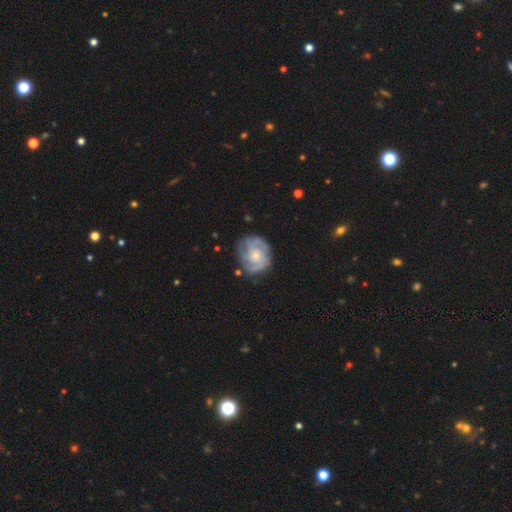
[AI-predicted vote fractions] Overall: featured or disk (77%). Edge-on disk: no (98%). Bar: no (76%). Spiral arms: yes (91%). Spiral arm count: can't tell (30%; 3 28%). Spiral winding: tight (58%; medium 33%). Bulge size: small (50%; moderate 42%). Merging: none (71%).